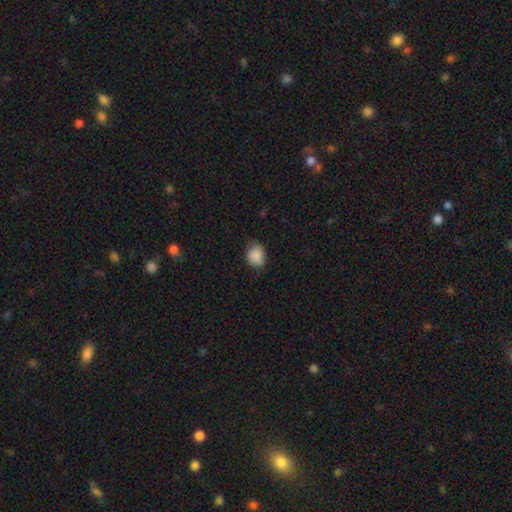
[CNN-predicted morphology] Smooth or featured: smooth — 87% (star or artifact — 8%)
How rounded: in between — 55% (round — 44%)
Merging: none — 67% (minor disturbance — 27%)